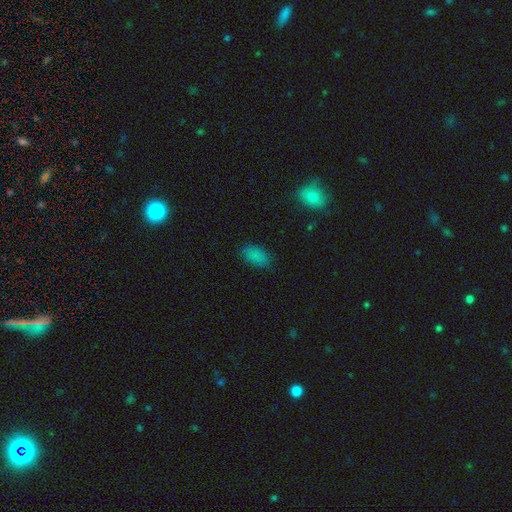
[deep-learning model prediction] smooth_or_featured: smooth (p=0.84) [alt: star or artifact p=0.12]
how_rounded: in between (p=0.93) [alt: round p=0.04]
merging: none (p=0.83) [alt: minor disturbance p=0.12]